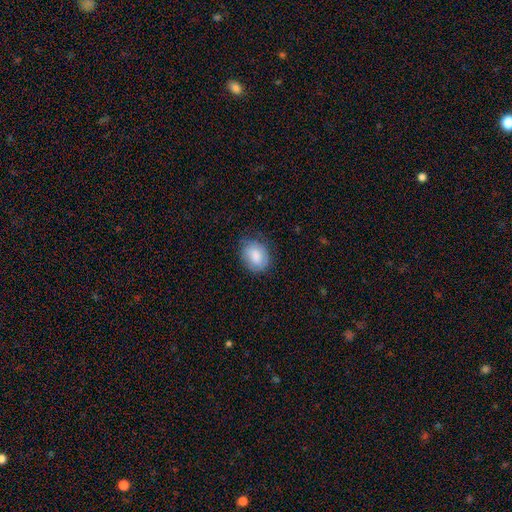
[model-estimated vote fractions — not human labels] Smooth or featured?
  - smooth: 80% *
  - featured or disk: 13%
  - star or artifact: 7%
How rounded?
  - in between: 58% *
  - round: 41%
  - cigar-shaped: 1%
Merging?
  - none: 71% *
  - minor disturbance: 22%
  - major disturbance: 6%
  - merger: 1%